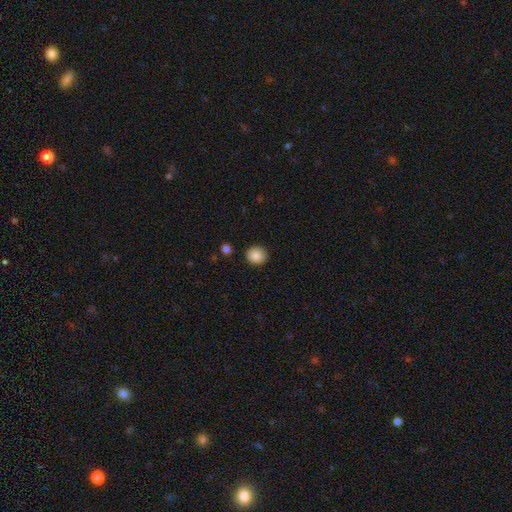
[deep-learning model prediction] This is clearly a smooth galaxy (88%). How rounded: clearly round (83%). Merging: clearly none (89%).